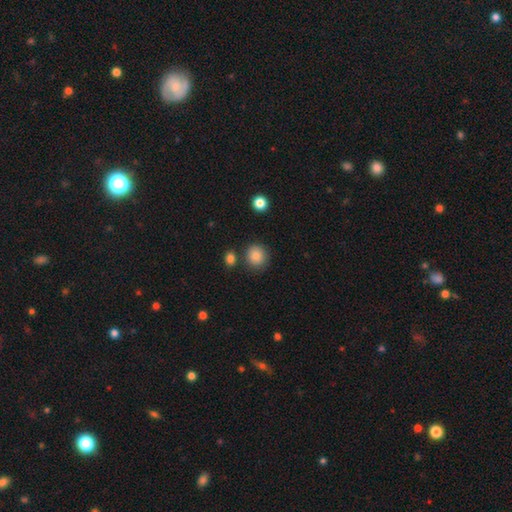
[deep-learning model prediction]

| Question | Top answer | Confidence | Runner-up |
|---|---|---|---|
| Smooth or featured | smooth | 84% | star or artifact (10%) |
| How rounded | round | 86% | in between (13%) |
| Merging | none | 82% | minor disturbance (9%) |